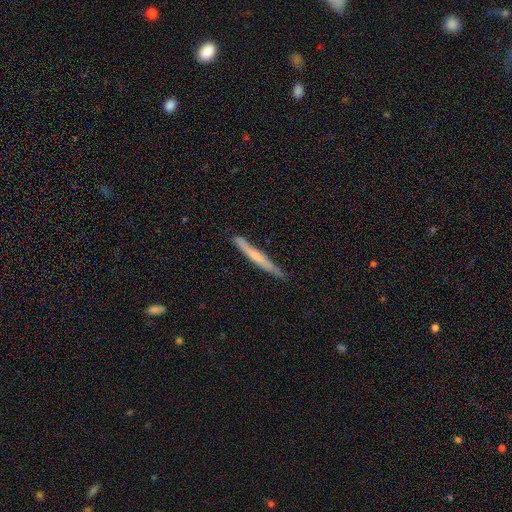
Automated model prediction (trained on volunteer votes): This is possibly a smooth galaxy (49%). Merging: clearly none (81%).